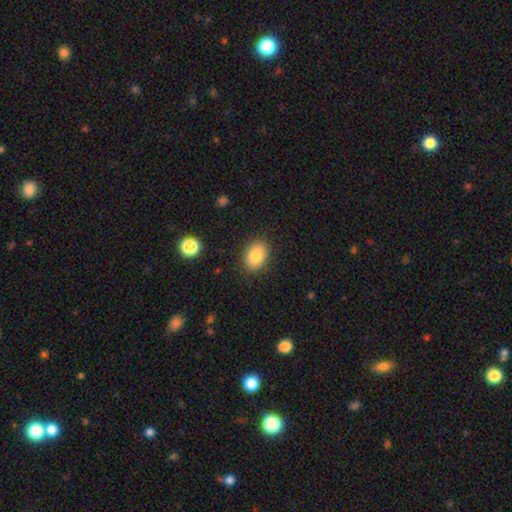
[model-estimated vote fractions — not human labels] Smooth or featured?
  - smooth: 84% *
  - star or artifact: 8%
  - featured or disk: 8%
How rounded?
  - in between: 77% *
  - round: 22%
  - cigar-shaped: 1%
Merging?
  - none: 86% *
  - minor disturbance: 10%
  - major disturbance: 3%
  - merger: 1%